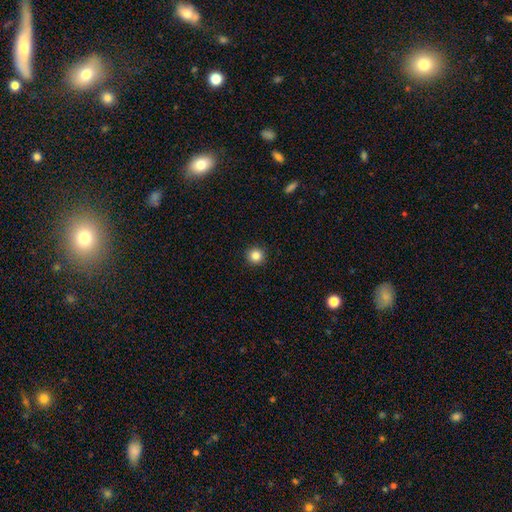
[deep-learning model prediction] The model was most divided on "smooth or featured": smooth: 84%, star or artifact: 11%, featured or disk: 5%. More confident: how rounded — round (95%); merging — none (93%).